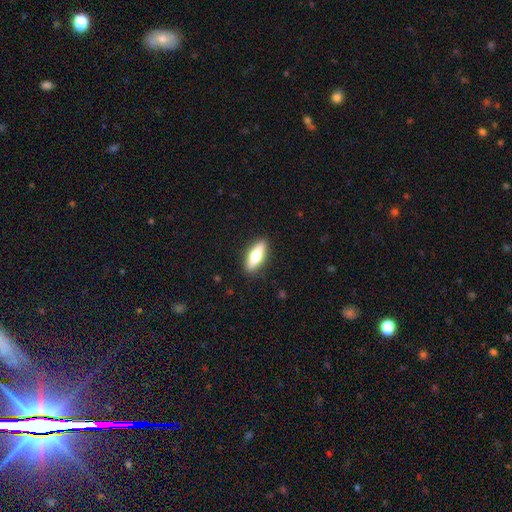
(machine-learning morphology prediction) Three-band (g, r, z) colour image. It shows a smooth galaxy with no disk features (55%) that is in between round and cigar-shaped (57%). Merging: none (89%).